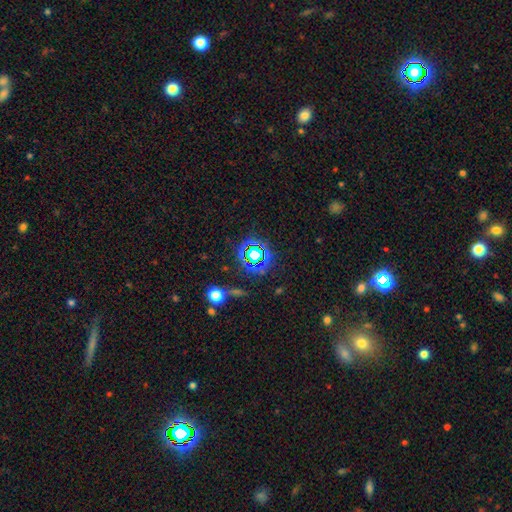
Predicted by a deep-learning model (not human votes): Smooth or featured? Predicted: star or artifact (p=0.66).